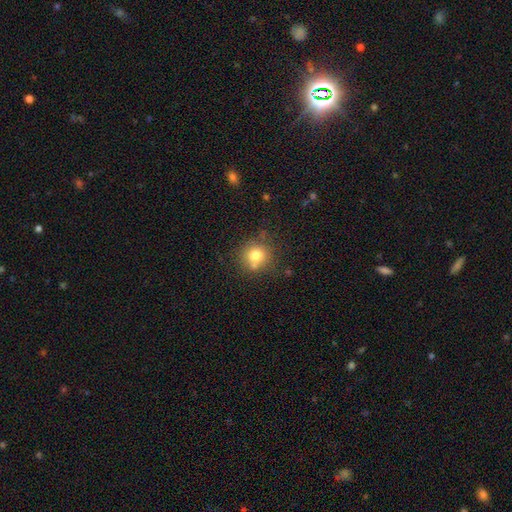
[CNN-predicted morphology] Smooth or featured: smooth — 76% (star or artifact — 12%)
How rounded: round — 89% (in between — 10%)
Merging: none — 70% (minor disturbance — 14%)